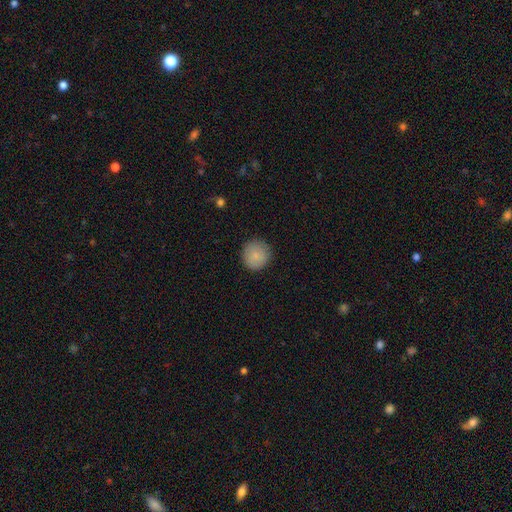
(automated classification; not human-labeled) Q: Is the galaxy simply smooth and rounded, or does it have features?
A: smooth — 85%.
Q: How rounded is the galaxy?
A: round — 93%.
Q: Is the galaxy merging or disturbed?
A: none — 89%.